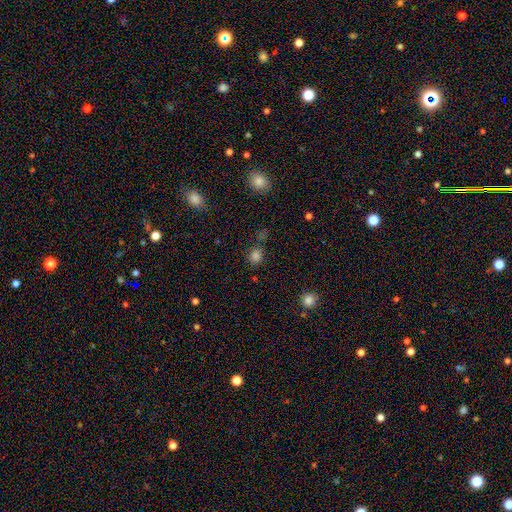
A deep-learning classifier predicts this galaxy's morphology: smooth_or_featured: smooth (p=0.76) [alt: star or artifact p=0.19]
how_rounded: round (p=0.78) [alt: in between p=0.21]
merging: none (p=0.74) [alt: minor disturbance p=0.12]